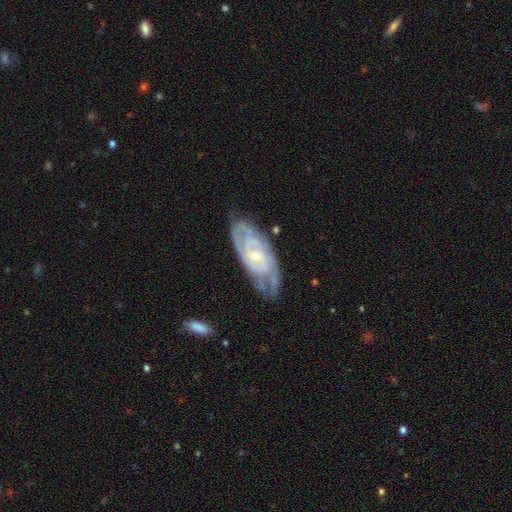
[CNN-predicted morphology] This appears to be a featured or disk galaxy (84%) with no bar (61%), 2 (37%) tight (67%) spiral arms (94%) and a small central bulge (62%). Merging: none (68%).